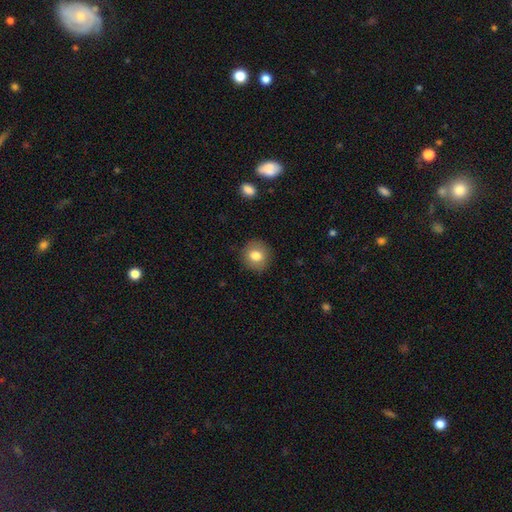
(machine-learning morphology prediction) Smooth or featured? Predicted: smooth (p=0.80). How rounded? Predicted: round (p=0.87). Merging? Predicted: none (p=0.89).